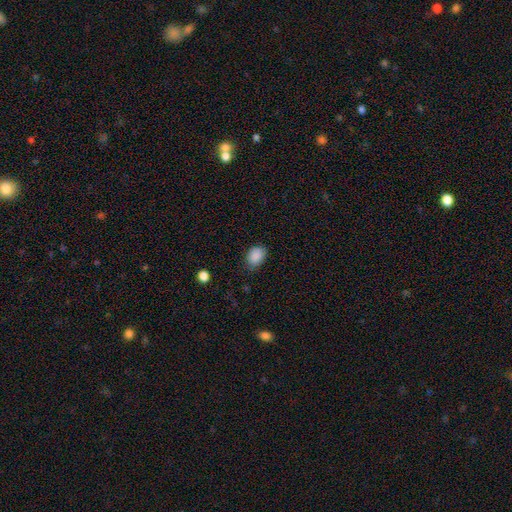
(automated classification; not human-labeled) smooth_or_featured: smooth (p=0.89) [alt: star or artifact p=0.08]
how_rounded: in between (p=0.68) [alt: round p=0.31]
merging: none (p=0.76) [alt: minor disturbance p=0.19]